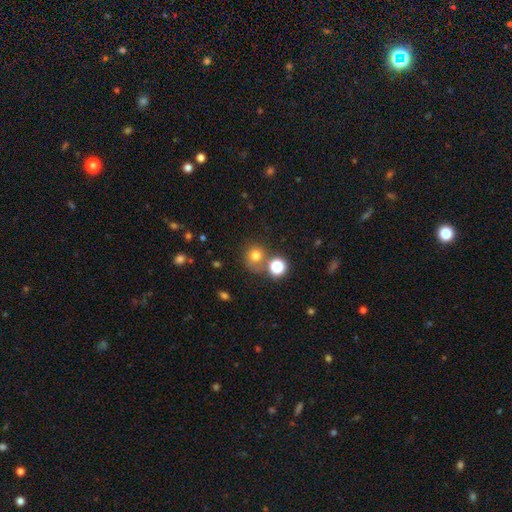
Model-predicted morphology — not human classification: Smooth or featured: smooth — 74% (star or artifact — 17%)
How rounded: round — 82% (in between — 17%)
Merging: none — 61% (merger — 20%)